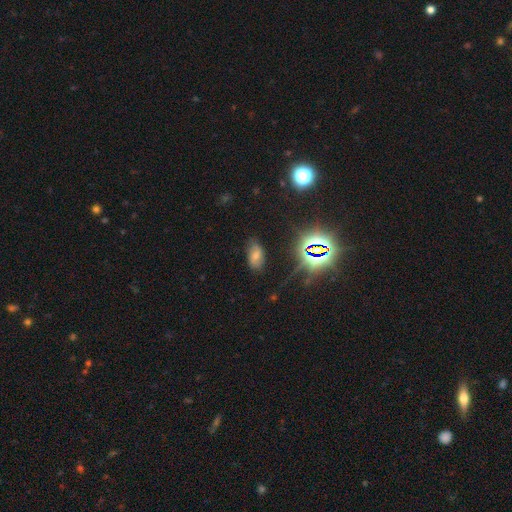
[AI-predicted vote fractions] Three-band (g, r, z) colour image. It shows a smooth galaxy with no disk features (53%) that is in between round and cigar-shaped (92%). Merging: none (71%).